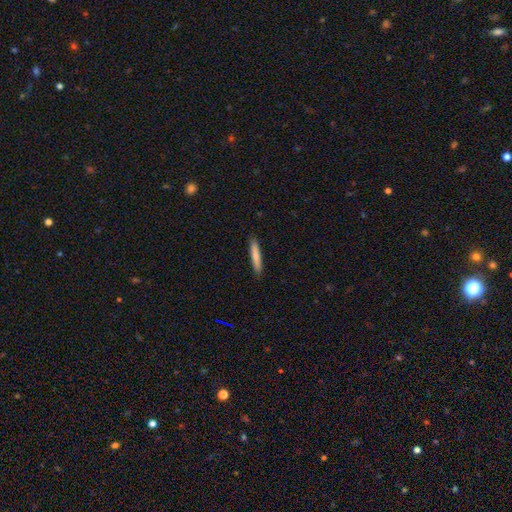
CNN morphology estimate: Smooth or featured: smooth — 79% (featured or disk — 15%)
How rounded: cigar-shaped — 93% (in between — 6%)
Merging: none — 91% (minor disturbance — 7%)